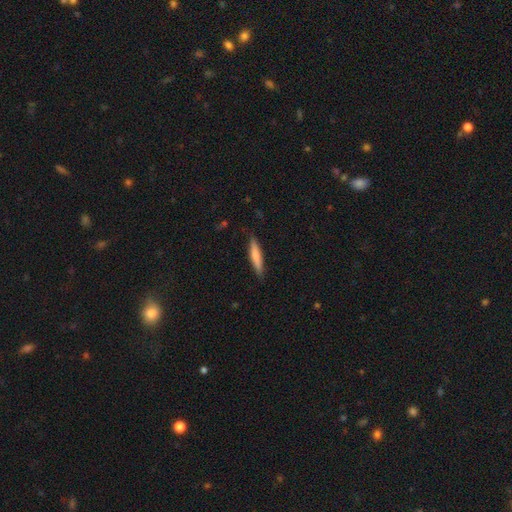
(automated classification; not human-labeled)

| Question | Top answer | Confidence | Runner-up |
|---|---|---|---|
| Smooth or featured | smooth | 72% | featured or disk (22%) |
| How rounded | cigar-shaped | 90% | in between (9%) |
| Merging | none | 87% | minor disturbance (10%) |